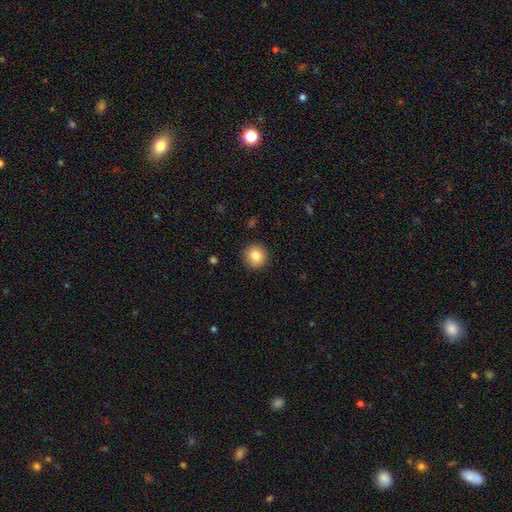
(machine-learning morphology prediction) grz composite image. It shows a smooth galaxy with no disk features (83%) that is round (95%). Merging: none (91%).